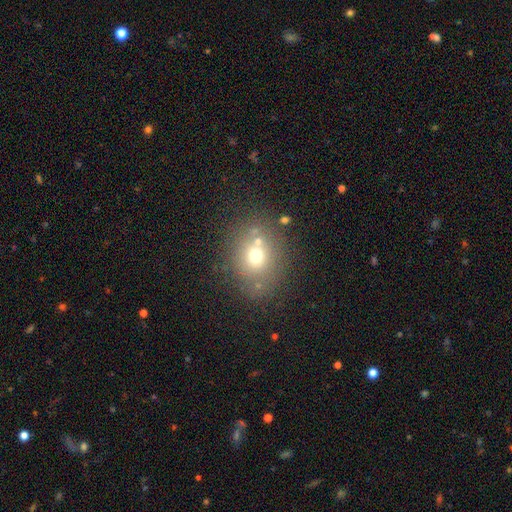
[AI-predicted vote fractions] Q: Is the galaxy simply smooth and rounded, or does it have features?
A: smooth — 65%.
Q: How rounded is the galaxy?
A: round — 69%.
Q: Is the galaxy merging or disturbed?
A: none — 68%.